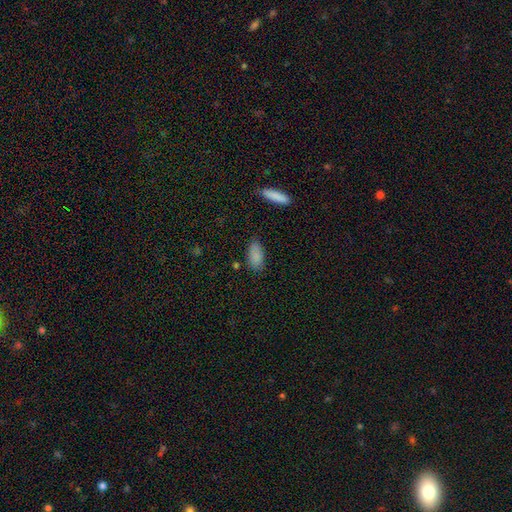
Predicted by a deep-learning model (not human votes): Smooth or featured? smooth (87%)
How rounded? in between (90%)
Merging? none (81%)